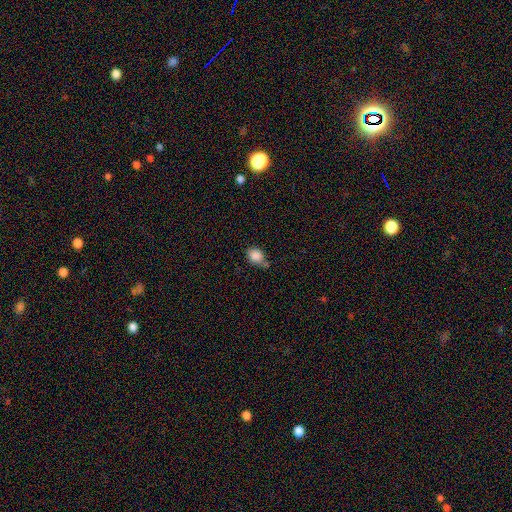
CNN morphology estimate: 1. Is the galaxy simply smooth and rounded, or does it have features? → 85% smooth, 9% star or artifact, 5% featured or disk.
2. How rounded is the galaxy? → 52% in between, 47% round, 1% cigar-shaped.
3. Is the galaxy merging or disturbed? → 47% none, 31% minor disturbance, 13% merger, 9% major disturbance.